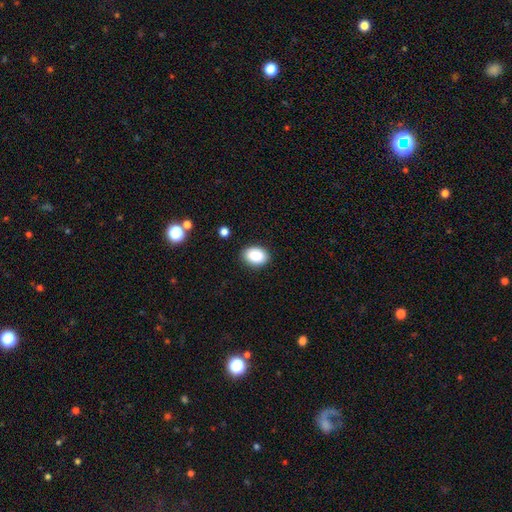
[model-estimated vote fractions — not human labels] Overall: smooth (88%). How rounded: in between (80%). Merging: none (88%).